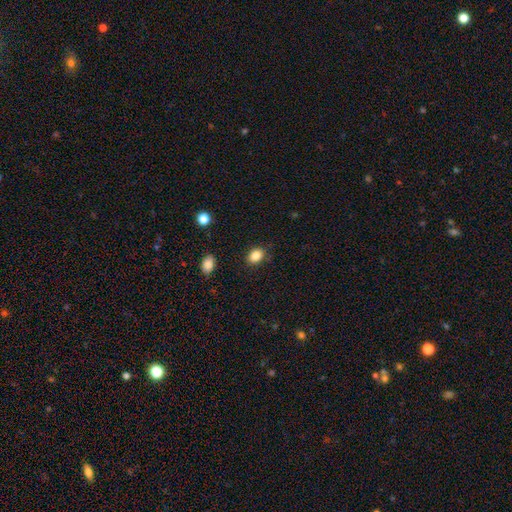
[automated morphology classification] This appears to be a smooth galaxy with no disk features (85%) that is in between round and cigar-shaped (65%). Merging: none (84%).